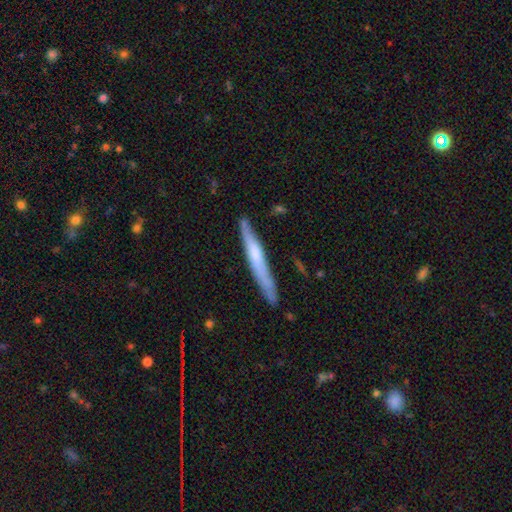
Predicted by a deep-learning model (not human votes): featured or disk 47% (tied), smooth 47% (tied), star or artifact 5%. Down the decision tree: merging — none (83%).